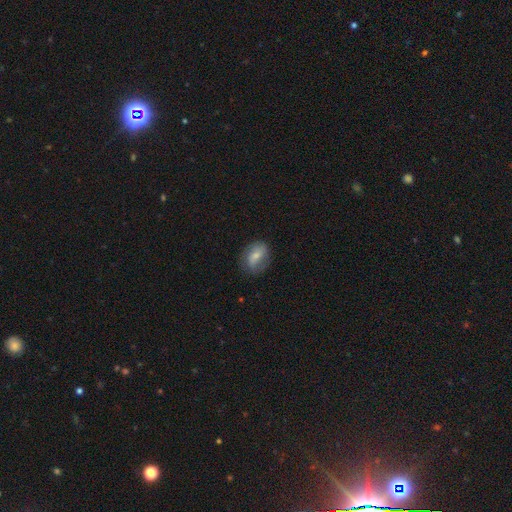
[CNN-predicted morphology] Smooth or featured: smooth — 56% (featured or disk — 36%)
How rounded: in between — 70% (round — 27%)
Merging: none — 73% (minor disturbance — 19%)